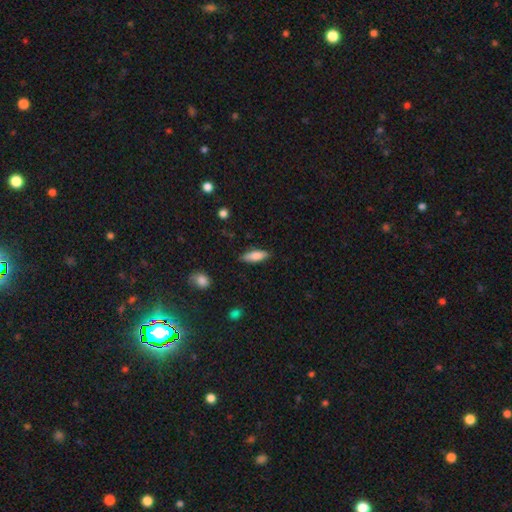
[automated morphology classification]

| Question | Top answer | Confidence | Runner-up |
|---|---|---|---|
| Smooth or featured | smooth | 82% | featured or disk (11%) |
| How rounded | in between | 59% | cigar-shaped (39%) |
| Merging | none | 83% | minor disturbance (13%) |